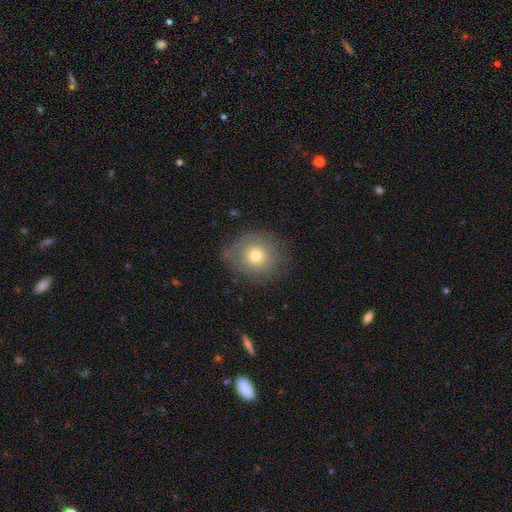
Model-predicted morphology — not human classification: A smooth galaxy with no disk features (61%) that is round (81%).

Vote fractions:
- Smooth or featured? smooth: 61% / featured or disk: 29% / star or artifact: 10%
- How rounded? round: 81% / in between: 18% / cigar-shaped: 1%
- Merging? none: 70% / minor disturbance: 20% / major disturbance: 9% / merger: 1%